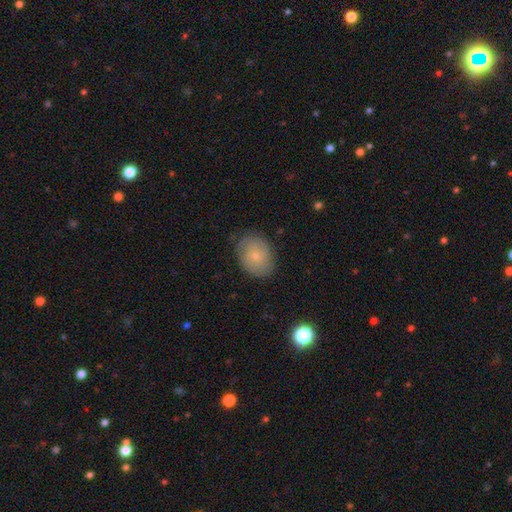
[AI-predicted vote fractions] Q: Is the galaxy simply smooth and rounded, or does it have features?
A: smooth — 68%.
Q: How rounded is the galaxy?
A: in between — 65%.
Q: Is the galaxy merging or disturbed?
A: none — 77%.